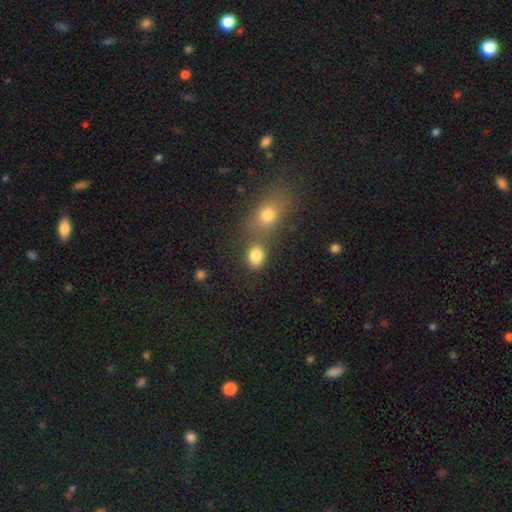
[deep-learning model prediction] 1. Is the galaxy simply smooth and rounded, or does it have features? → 83% smooth, 11% star or artifact, 6% featured or disk.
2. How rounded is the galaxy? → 56% in between, 42% round, 2% cigar-shaped.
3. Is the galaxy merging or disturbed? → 56% none, 28% merger, 11% minor disturbance, 5% major disturbance.